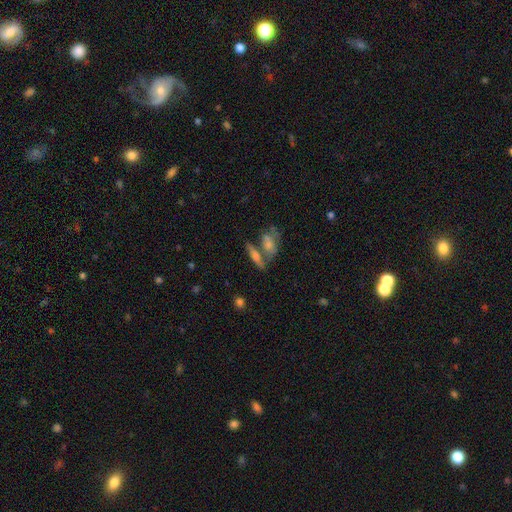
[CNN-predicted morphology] Overall: smooth (54%; featured or disk 37%). How rounded: cigar-shaped (50%; in between 44%). Merging: none (49%; merger 35%).